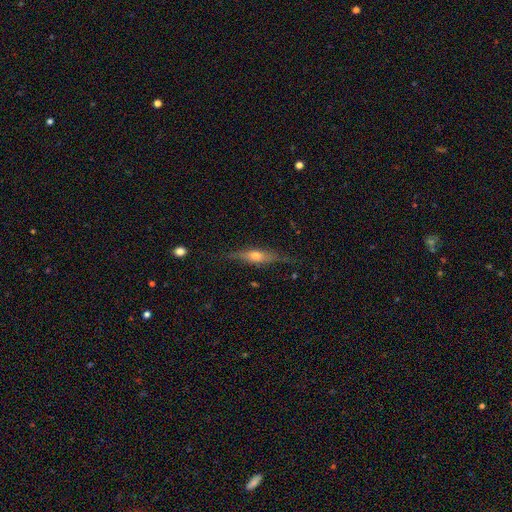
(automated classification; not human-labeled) Q: Smooth or featured?
A: featured or disk (56%); runner-up: smooth (37%)
Q: Edge-on disk?
A: yes (89%); runner-up: no (11%)
Q: Merging?
A: none (74%); runner-up: minor disturbance (19%)